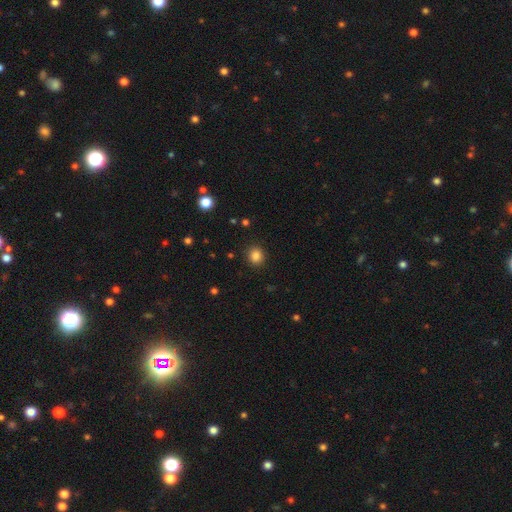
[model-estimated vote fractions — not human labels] Smooth or featured: smooth — 85% (star or artifact — 12%)
How rounded: round — 85% (in between — 14%)
Merging: none — 91% (minor disturbance — 6%)